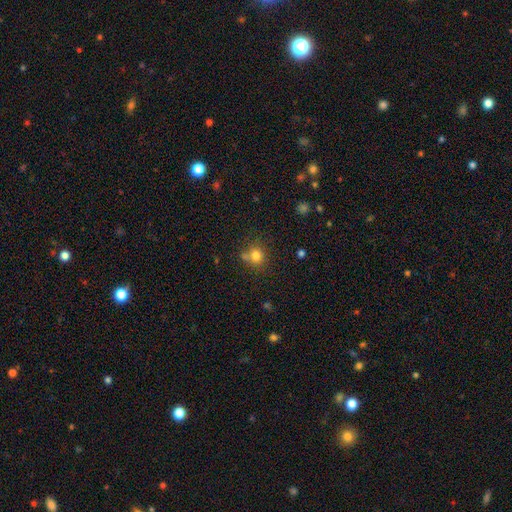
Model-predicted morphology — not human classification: Smooth or featured: smooth — 79% (star or artifact — 13%)
How rounded: round — 81% (in between — 18%)
Merging: none — 64% (minor disturbance — 16%)